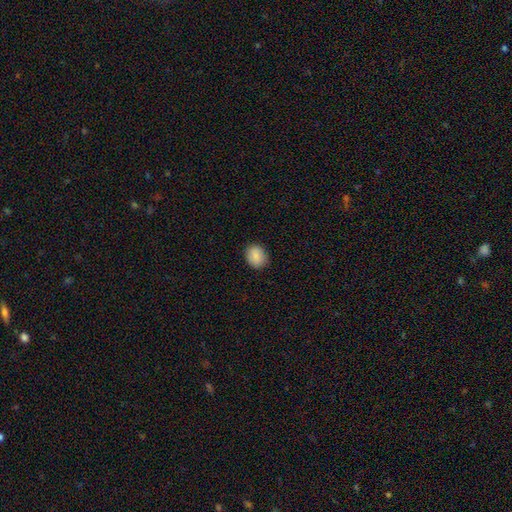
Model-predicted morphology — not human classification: type=smooth (88%); roundness=round (56%); merging=none (88%).